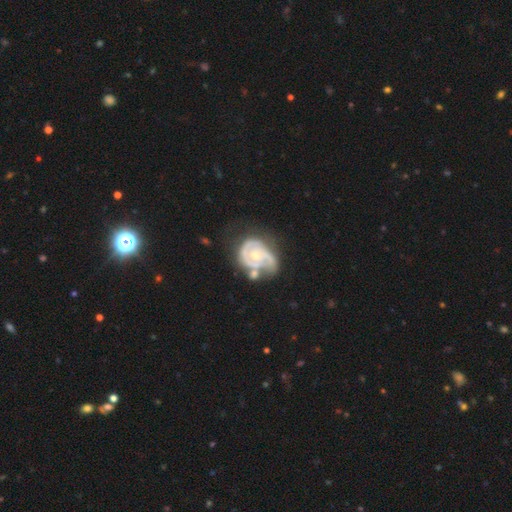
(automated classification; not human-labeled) Smooth or featured? featured or disk (85%)
Edge-on disk? no (98%)
Bar? no (72%)
Spiral arms? yes (89%)
Spiral winding? tight (59%)
Spiral arm count? 2 (49%)
Bulge size? moderate (52%)
Merging? none (32%)